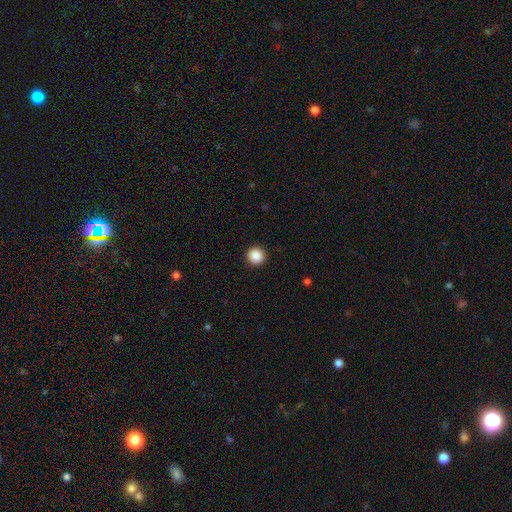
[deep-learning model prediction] smooth 88%, star or artifact 9%, featured or disk 3%. Down the decision tree: how rounded — round (95%); merging — none (93%).